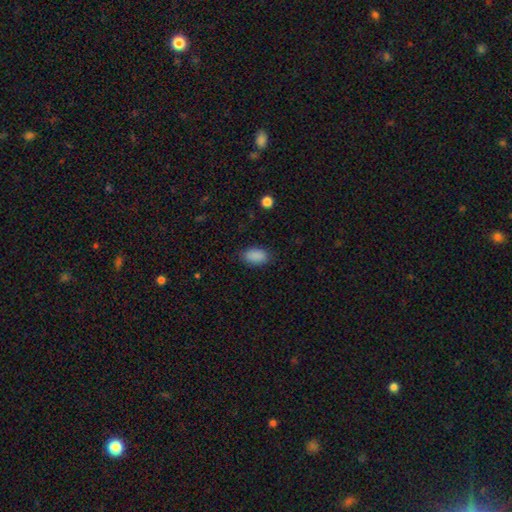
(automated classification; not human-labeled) smooth-or-featured: smooth: 89% | star or artifact: 8% | featured or disk: 3%
  how-rounded: in between: 93% | round: 5% | cigar-shaped: 2%
  merging: none: 85% | minor disturbance: 11% | major disturbance: 3% | merger: 1%